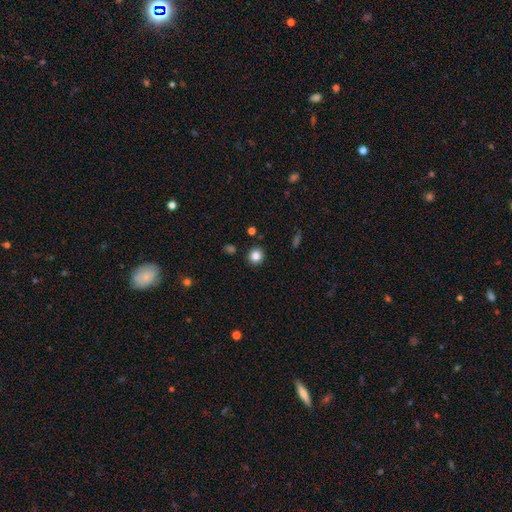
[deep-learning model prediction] Smooth or featured? Predicted: smooth (p=0.84). How rounded? Predicted: round (p=0.90). Merging? Predicted: none (p=0.90).